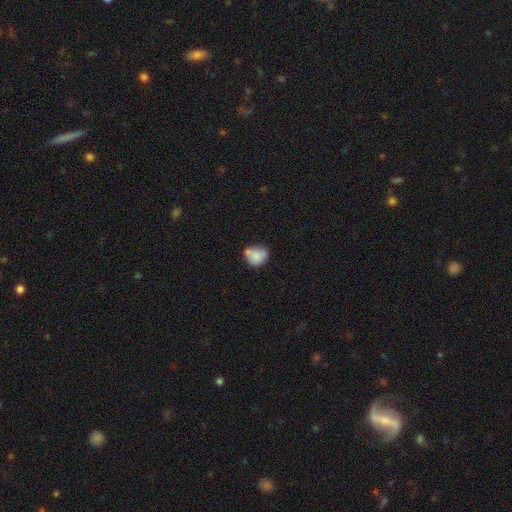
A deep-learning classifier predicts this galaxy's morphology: A smooth galaxy with no disk features (79%) that is round (65%). Merging: none (43%).